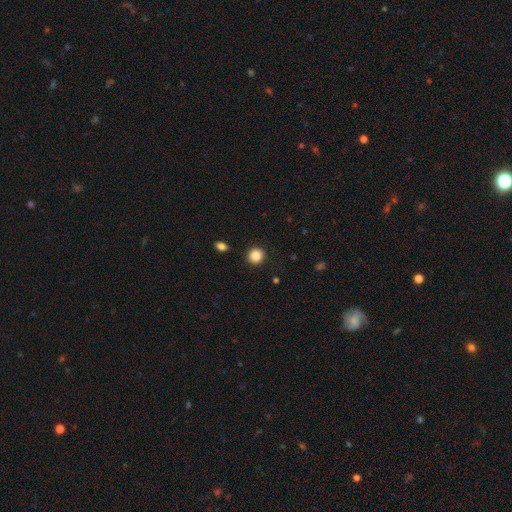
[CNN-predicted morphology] A smooth galaxy with no disk features (86%) that is round (89%).

Vote fractions:
- Smooth or featured? smooth: 86% / star or artifact: 10% / featured or disk: 4%
- How rounded? round: 89% / in between: 10% / cigar-shaped: 1%
- Merging? none: 90% / minor disturbance: 6% / major disturbance: 2% / merger: 1%